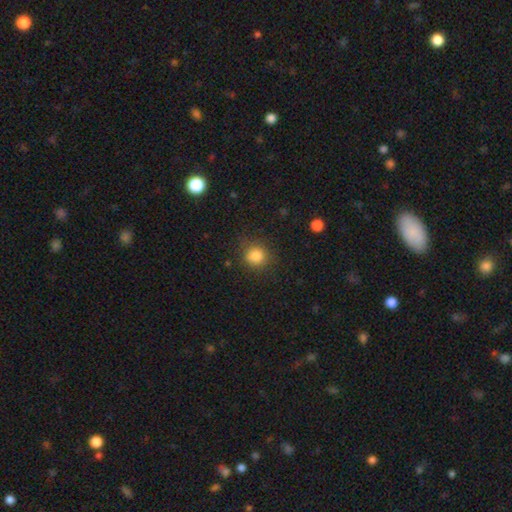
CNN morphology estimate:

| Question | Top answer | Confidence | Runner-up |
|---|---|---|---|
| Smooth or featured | smooth | 83% | star or artifact (12%) |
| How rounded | round | 85% | in between (14%) |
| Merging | none | 79% | minor disturbance (14%) |